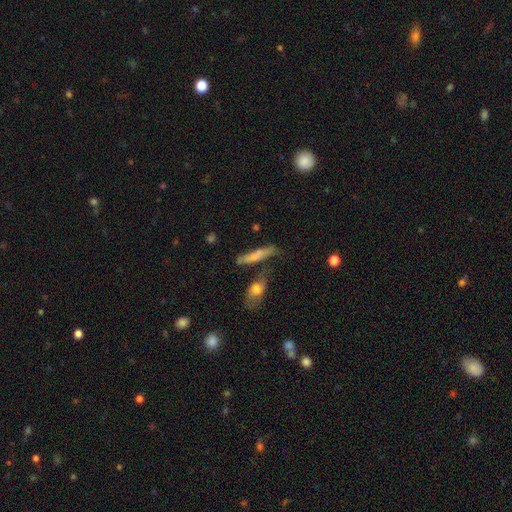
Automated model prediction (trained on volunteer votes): This is likely a smooth galaxy (61%). How rounded: likely cigar-shaped (78%). Merging: possibly none (54%).